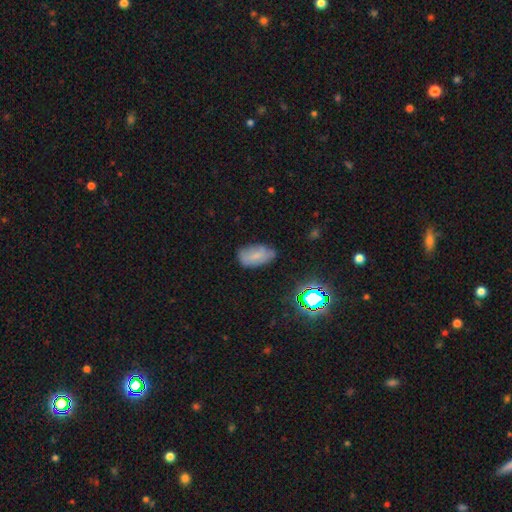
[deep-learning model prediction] smooth-or-featured: smooth: 68% | featured or disk: 18% | star or artifact: 15%
  how-rounded: in between: 92% | round: 4% | cigar-shaped: 3%
  merging: none: 67% | minor disturbance: 25% | major disturbance: 6% | merger: 2%